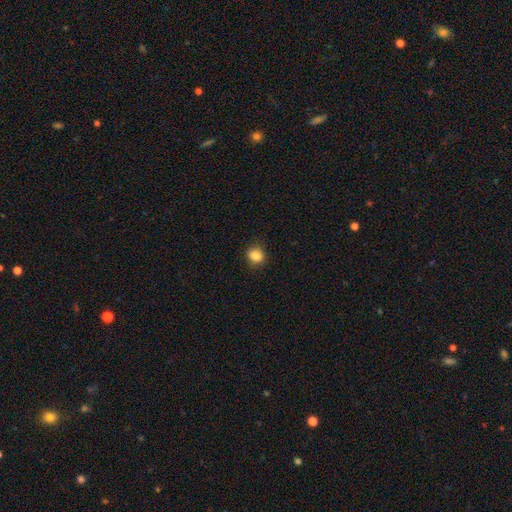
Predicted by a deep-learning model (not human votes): Smooth or featured?
  - smooth: 85% *
  - star or artifact: 10%
  - featured or disk: 5%
How rounded?
  - round: 61% *
  - in between: 38%
  - cigar-shaped: 1%
Merging?
  - none: 86% *
  - minor disturbance: 10%
  - major disturbance: 3%
  - merger: 1%